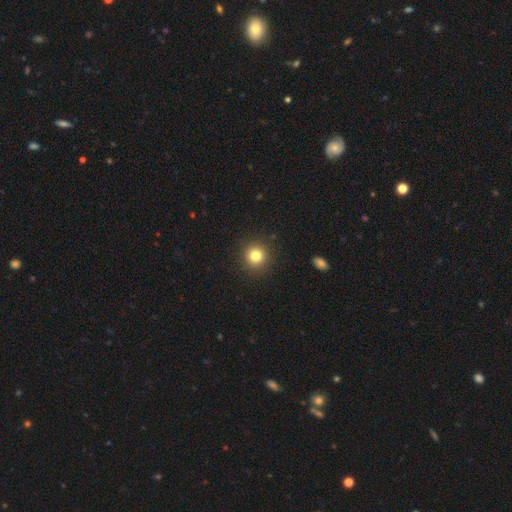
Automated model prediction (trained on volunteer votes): A smooth galaxy with no disk features (81%) that is round (94%). Merging: none (92%).